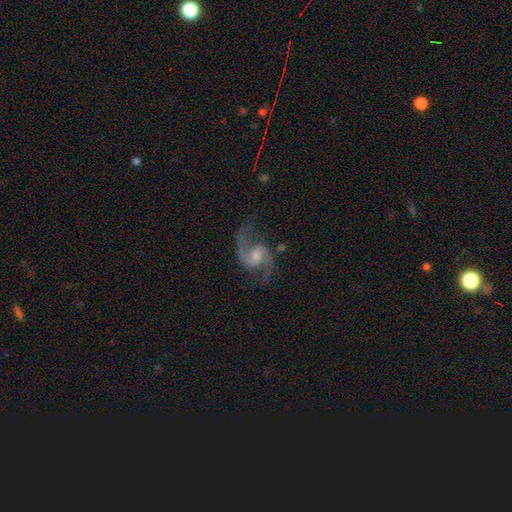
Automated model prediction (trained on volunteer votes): Q: Smooth or featured?
A: featured or disk (91%); runner-up: star or artifact (5%)
Q: Edge-on disk?
A: no (98%); runner-up: yes (2%)
Q: Bar?
A: weak (48%); runner-up: no (42%)
Q: Spiral arms?
A: yes (98%); runner-up: no (2%)
Q: Spiral winding?
A: medium (48%); runner-up: loose (45%)
Q: Spiral arm count?
A: 2 (94%); runner-up: 1 (2%)
Q: Bulge size?
A: moderate (44%); runner-up: small (38%)
Q: Merging?
A: none (75%); runner-up: minor disturbance (14%)